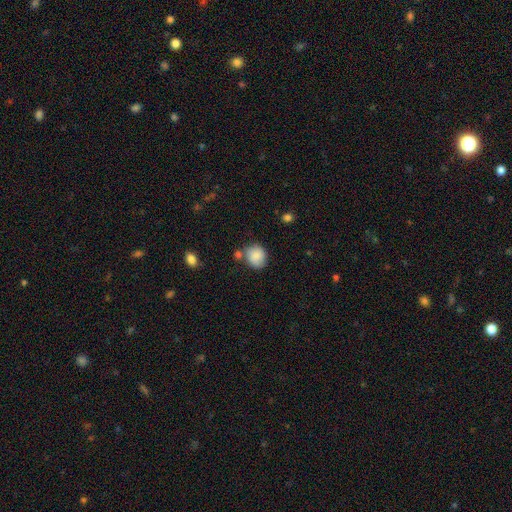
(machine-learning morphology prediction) A smooth galaxy with no disk features (83%) that is round (79%).

Vote fractions:
- Smooth or featured? smooth: 83% / featured or disk: 9% / star or artifact: 8%
- How rounded? round: 79% / in between: 20% / cigar-shaped: 1%
- Merging? none: 63% / minor disturbance: 18% / merger: 14% / major disturbance: 5%